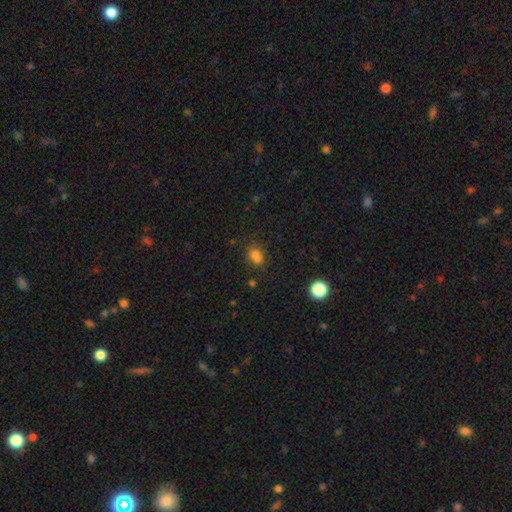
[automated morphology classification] Smooth or featured? Predicted: smooth (p=0.70). How rounded? Predicted: in between (p=0.49, tied with round). Merging? Predicted: none (p=0.56).